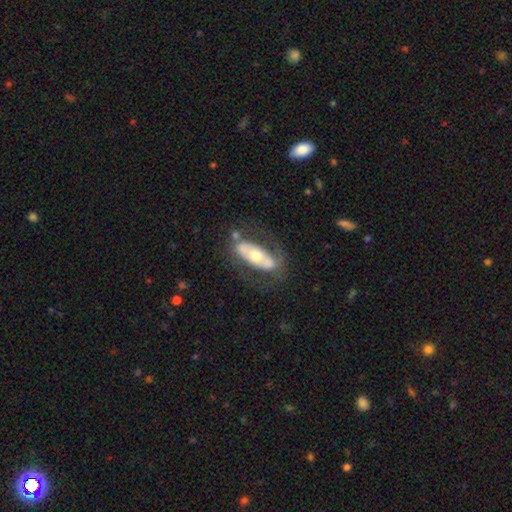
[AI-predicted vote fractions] Morphology: type=featured or disk (63%); edge-on=no (84%); bar=no (63%); spiral arms=no (58%); bulge=moderate (67%); merging=none (60%).